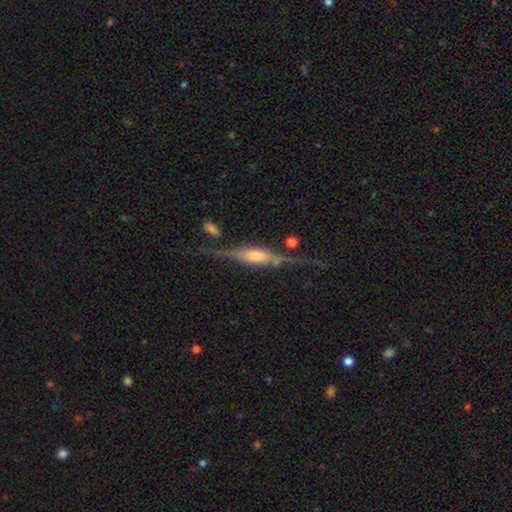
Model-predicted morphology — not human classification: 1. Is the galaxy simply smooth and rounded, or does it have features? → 80% featured or disk, 14% smooth, 6% star or artifact.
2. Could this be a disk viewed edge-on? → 94% yes, 6% no.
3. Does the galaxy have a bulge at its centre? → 70% rounded, 25% boxy, 5% none.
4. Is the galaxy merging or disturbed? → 68% none, 18% minor disturbance, 8% major disturbance, 6% merger.